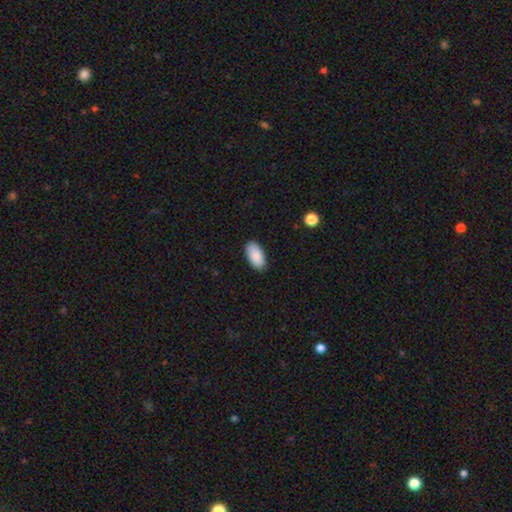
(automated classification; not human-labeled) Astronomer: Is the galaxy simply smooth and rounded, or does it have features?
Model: smooth — 90%.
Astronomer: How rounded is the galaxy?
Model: in between — 95%.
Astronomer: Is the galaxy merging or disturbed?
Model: none — 88%.